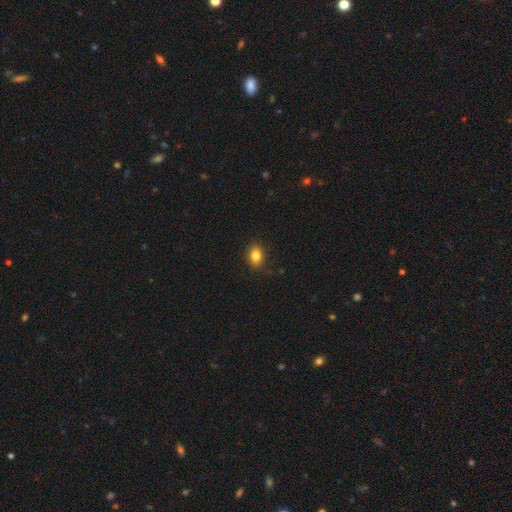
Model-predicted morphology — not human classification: This is clearly a smooth galaxy (83%). How rounded: likely in between (67%). Merging: clearly none (85%).